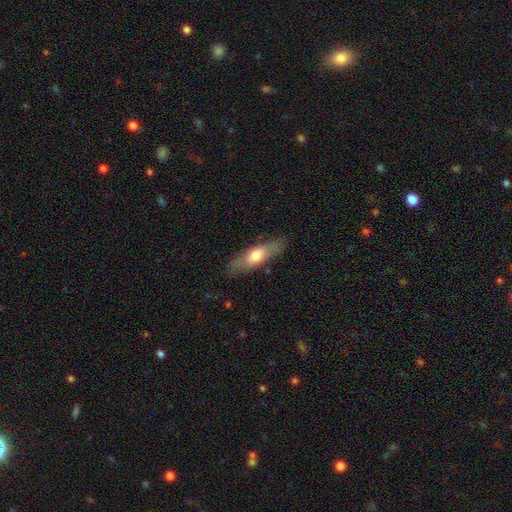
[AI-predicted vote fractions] smooth_or_featured: smooth (p=0.62) [alt: featured or disk p=0.32]
how_rounded: in between (p=0.51) [alt: cigar-shaped p=0.46]
merging: none (p=0.81) [alt: minor disturbance p=0.13]